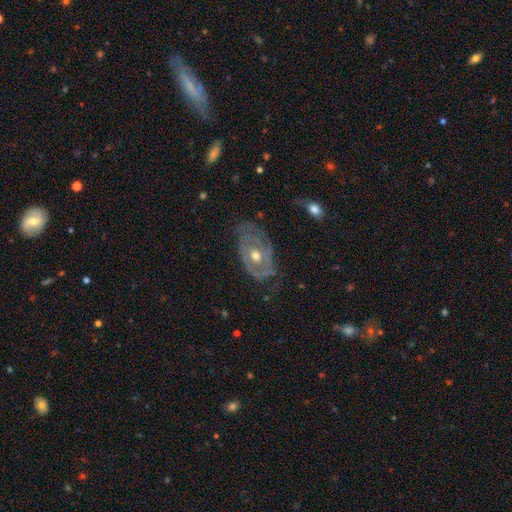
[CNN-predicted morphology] type=featured or disk (78%); edge-on=no (93%); bar=no (77%); spiral arms=yes (67%); bulge=moderate (74%); merging=none (65%).